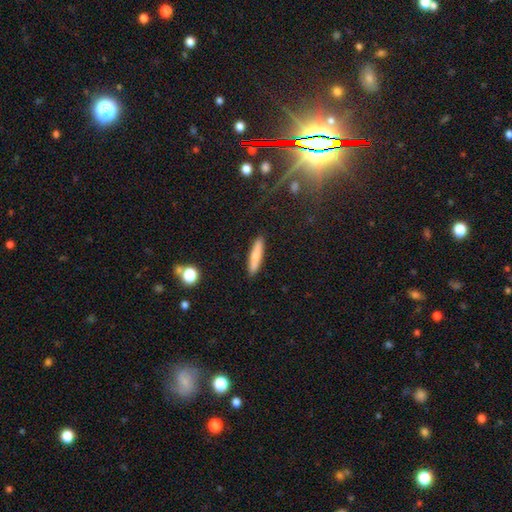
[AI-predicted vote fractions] A smooth galaxy with no disk features (77%) that is cigar-shaped (87%).

Vote fractions:
- Smooth or featured? smooth: 77% / featured or disk: 17% / star or artifact: 6%
- How rounded? cigar-shaped: 87% / in between: 11% / round: 2%
- Merging? none: 90% / minor disturbance: 7% / major disturbance: 2% / merger: 1%